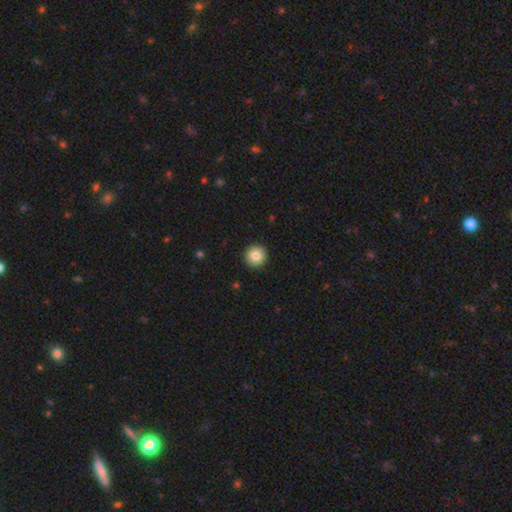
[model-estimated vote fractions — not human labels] smooth 85%, star or artifact 8%, featured or disk 7%. Down the decision tree: how rounded — round (96%); merging — none (93%).